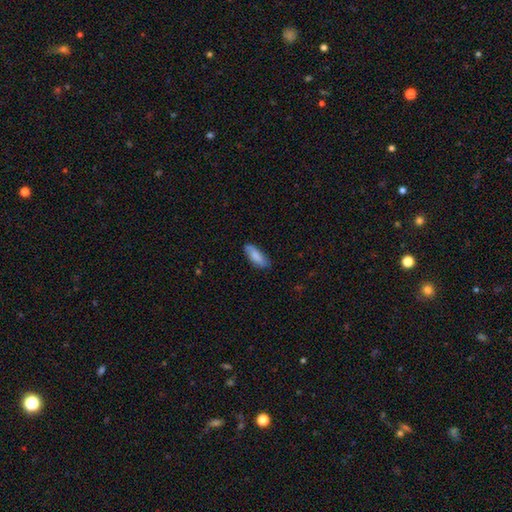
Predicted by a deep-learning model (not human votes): Smooth or featured?
  - smooth: 81% *
  - featured or disk: 13%
  - star or artifact: 6%
How rounded?
  - in between: 69% *
  - cigar-shaped: 29%
  - round: 2%
Merging?
  - none: 78% *
  - minor disturbance: 17%
  - major disturbance: 3%
  - merger: 1%